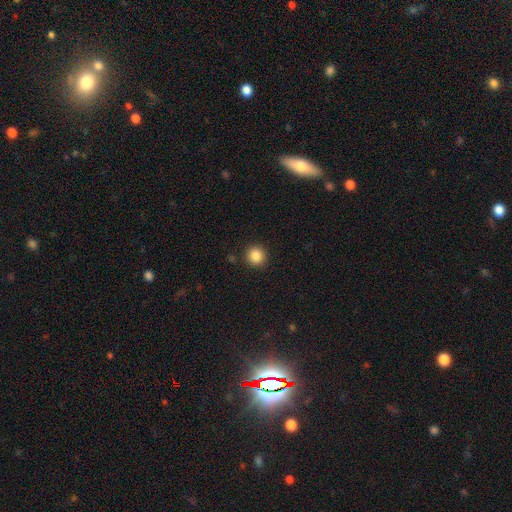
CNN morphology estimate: Smooth or featured? Predicted: smooth (p=0.86). How rounded? Predicted: round (p=0.92). Merging? Predicted: none (p=0.91).